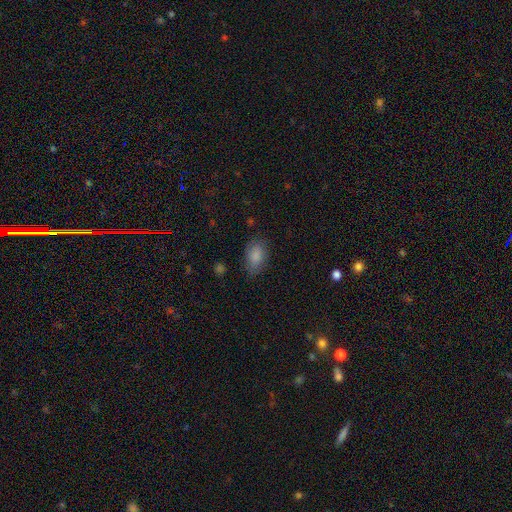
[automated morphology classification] smooth_or_featured: smooth (p=0.86) [alt: star or artifact p=0.07]
how_rounded: in between (p=0.91) [alt: round p=0.07]
merging: none (p=0.76) [alt: minor disturbance p=0.18]